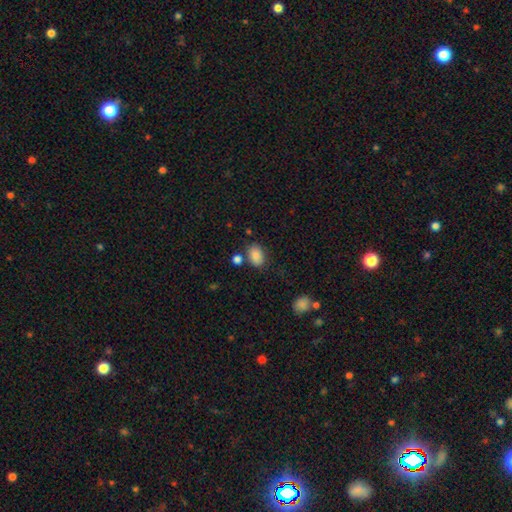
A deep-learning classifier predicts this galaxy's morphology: type=smooth (85%); roundness=in between (81%); merging=none (73%).